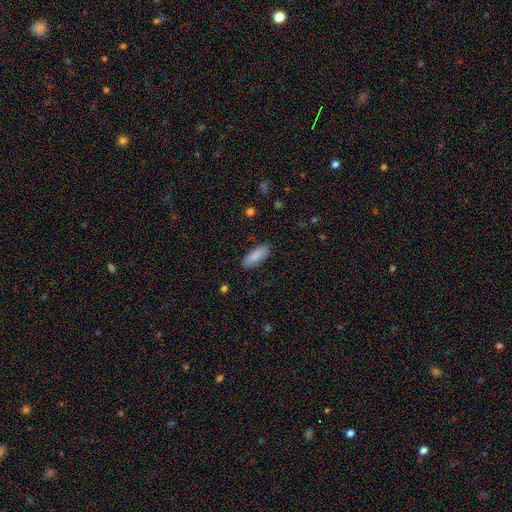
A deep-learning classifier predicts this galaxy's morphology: type=smooth (85%); roundness=in between (68%); merging=none (86%).